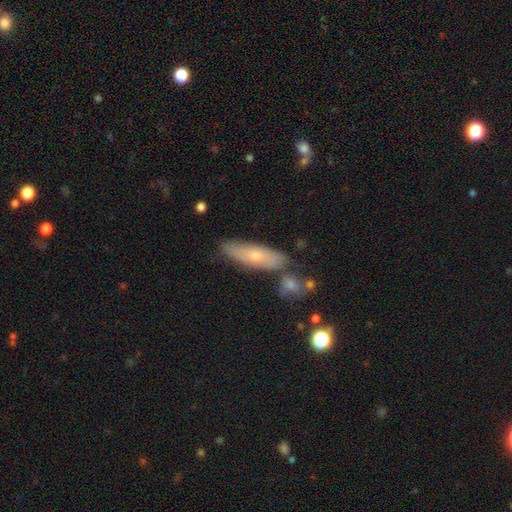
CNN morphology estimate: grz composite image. It shows a smooth galaxy with no disk features (59%) that is cigar-shaped (52%). Merging: none (72%).